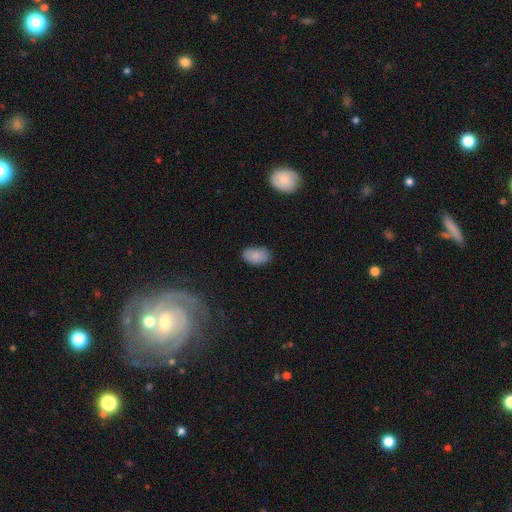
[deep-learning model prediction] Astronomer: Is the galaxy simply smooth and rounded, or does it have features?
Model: smooth — 85%.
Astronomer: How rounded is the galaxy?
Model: in between — 91%.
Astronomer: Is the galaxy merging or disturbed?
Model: none — 78%.